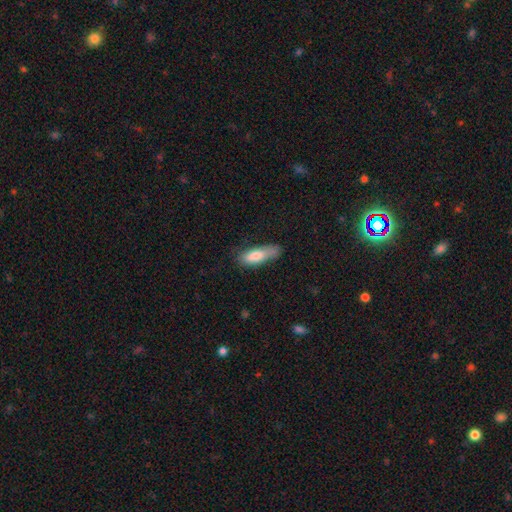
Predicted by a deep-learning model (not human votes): Smooth or featured? smooth (78%)
How rounded? in between (53%)
Merging? none (54%)